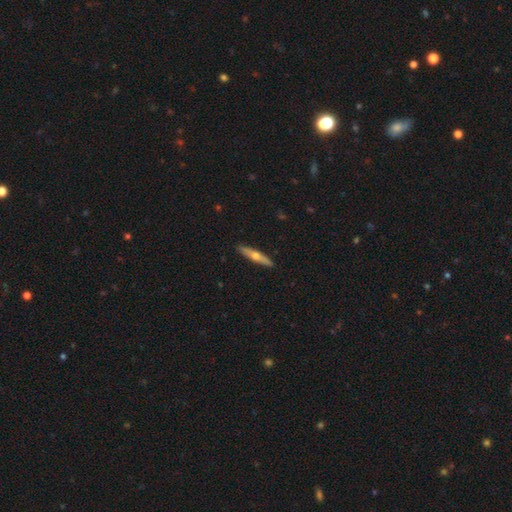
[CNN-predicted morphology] Q: Smooth or featured?
A: featured or disk (55%); runner-up: smooth (39%)
Q: Edge-on disk?
A: yes (94%); runner-up: no (6%)
Q: Edge-on bulge?
A: rounded (92%); runner-up: none (6%)
Q: Merging?
A: none (92%); runner-up: minor disturbance (6%)